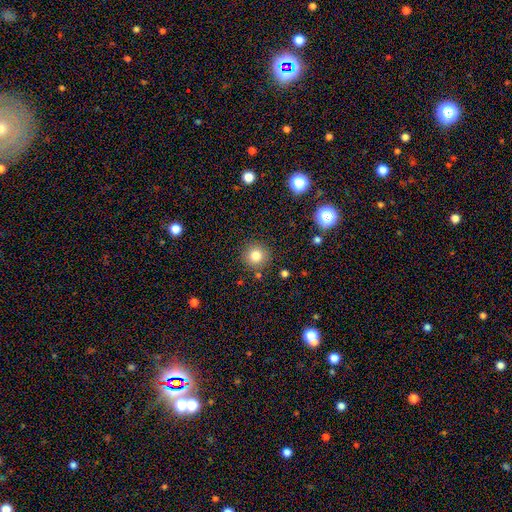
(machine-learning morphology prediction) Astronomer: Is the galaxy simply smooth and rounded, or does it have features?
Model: smooth — 81%.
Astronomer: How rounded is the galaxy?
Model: round — 94%.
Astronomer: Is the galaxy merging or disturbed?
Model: none — 87%.